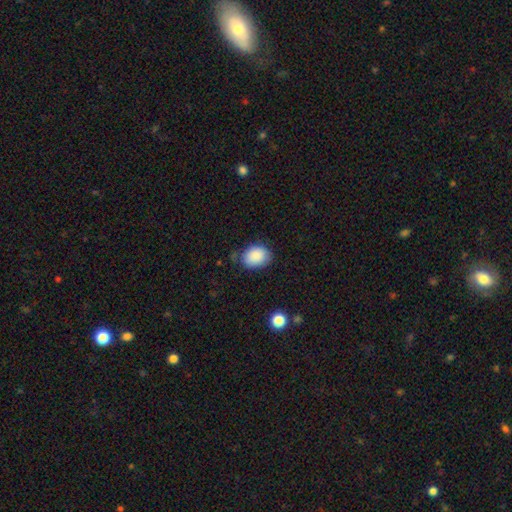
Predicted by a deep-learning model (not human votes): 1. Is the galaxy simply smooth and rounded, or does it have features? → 88% smooth, 8% star or artifact, 5% featured or disk.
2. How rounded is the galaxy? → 69% in between, 30% round, 1% cigar-shaped.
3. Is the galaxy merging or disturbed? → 71% none, 22% minor disturbance, 5% major disturbance, 2% merger.